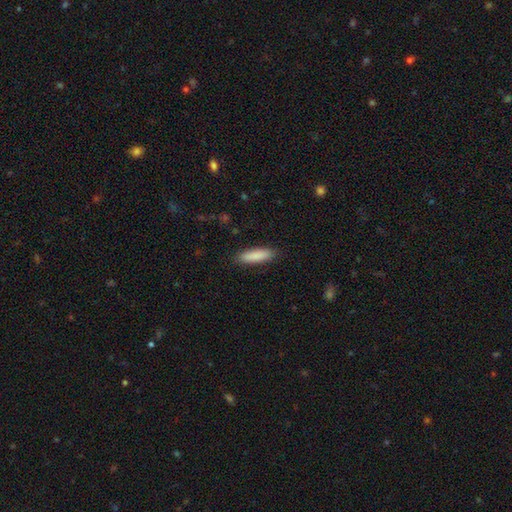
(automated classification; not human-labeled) A smooth galaxy with no disk features (88%) that is cigar-shaped (65%). Merging: none (88%).